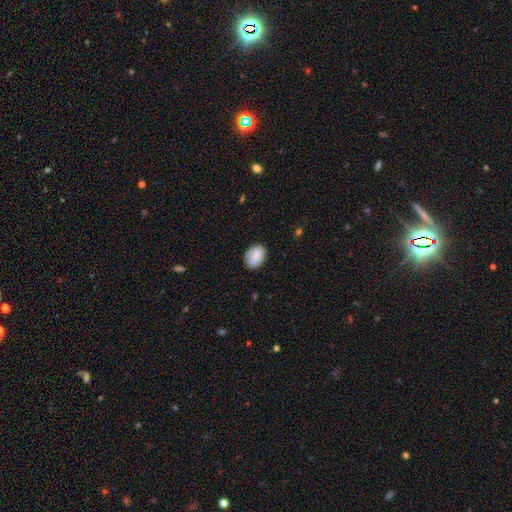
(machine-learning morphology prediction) Smooth or featured? Predicted: smooth (p=0.83). How rounded? Predicted: in between (p=0.70). Merging? Predicted: none (p=0.78).